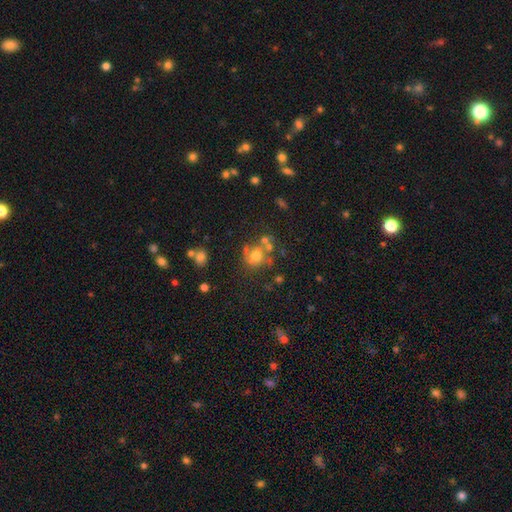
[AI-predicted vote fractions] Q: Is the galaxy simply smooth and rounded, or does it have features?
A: smooth — 54%.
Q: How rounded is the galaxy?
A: round — 78%.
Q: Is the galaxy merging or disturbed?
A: none — 49%.